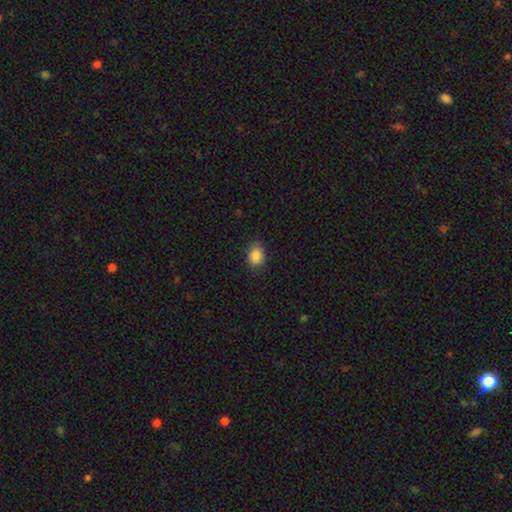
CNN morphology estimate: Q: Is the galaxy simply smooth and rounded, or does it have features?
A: smooth — 87%.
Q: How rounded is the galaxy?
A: in between — 64%.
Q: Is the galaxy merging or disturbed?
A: none — 81%.